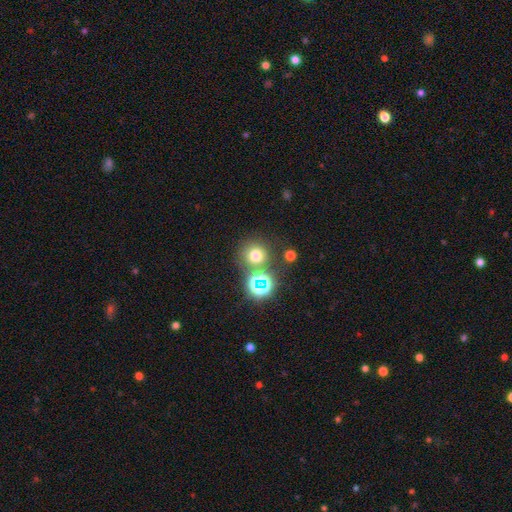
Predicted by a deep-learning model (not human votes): A smooth galaxy with no disk features (66%) that is round (92%).

Vote fractions:
- Smooth or featured? smooth: 66% / star or artifact: 25% / featured or disk: 8%
- How rounded? round: 92% / in between: 7% / cigar-shaped: 1%
- Merging? none: 71% / merger: 17% / minor disturbance: 8% / major disturbance: 4%